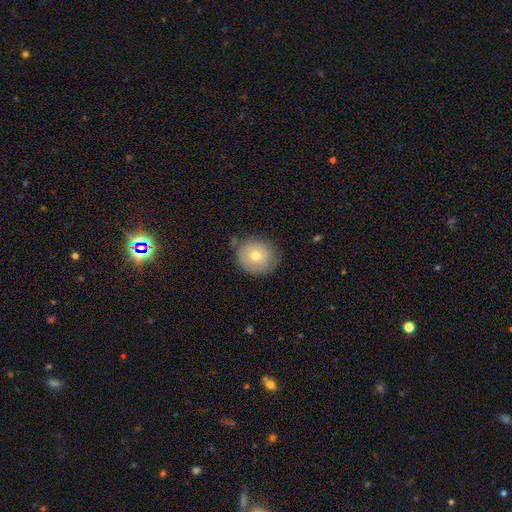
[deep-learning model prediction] Smooth or featured?
  - smooth: 70% *
  - featured or disk: 21%
  - star or artifact: 9%
How rounded?
  - round: 87% *
  - in between: 12%
  - cigar-shaped: 1%
Merging?
  - none: 74% *
  - minor disturbance: 19%
  - major disturbance: 4%
  - merger: 3%